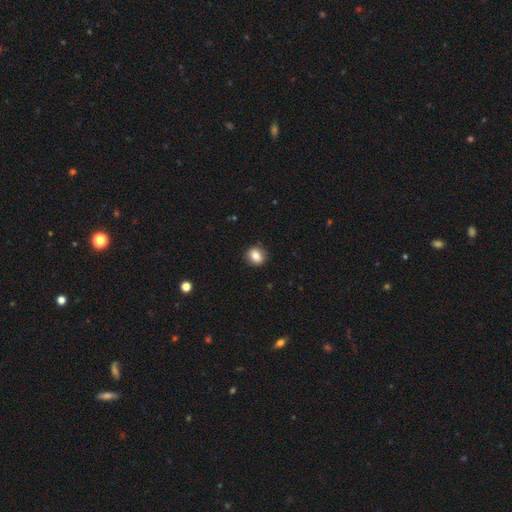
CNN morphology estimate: smooth 82%, star or artifact 9%, featured or disk 8%. Down the decision tree: how rounded — round (70%); merging — none (88%).